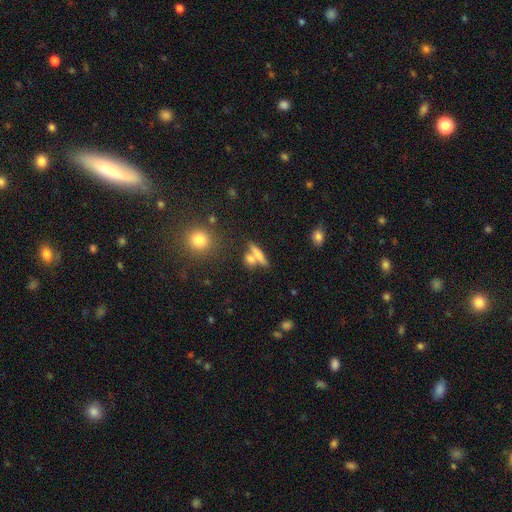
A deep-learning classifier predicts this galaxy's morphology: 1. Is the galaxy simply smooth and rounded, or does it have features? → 65% smooth, 24% featured or disk, 11% star or artifact.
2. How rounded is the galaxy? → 57% cigar-shaped, 27% in between, 15% round.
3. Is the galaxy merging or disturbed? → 52% none, 34% merger, 9% minor disturbance, 5% major disturbance.